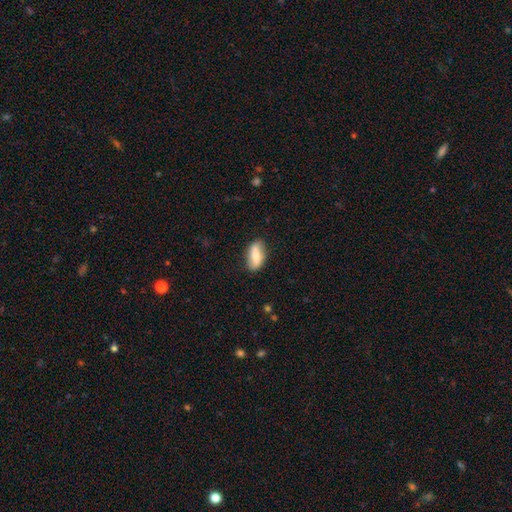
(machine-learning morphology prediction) Smooth or featured?
  - smooth: 59% *
  - featured or disk: 35%
  - star or artifact: 6%
How rounded?
  - in between: 82% *
  - cigar-shaped: 13%
  - round: 4%
Merging?
  - none: 81% *
  - minor disturbance: 14%
  - major disturbance: 3%
  - merger: 1%